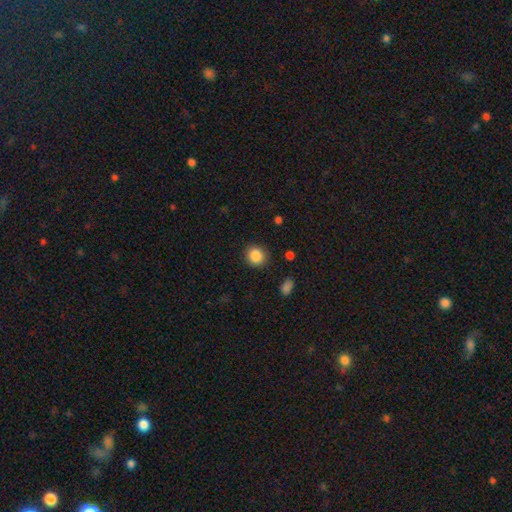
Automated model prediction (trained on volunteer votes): smooth_or_featured: smooth (p=0.87) [alt: star or artifact p=0.09]
how_rounded: round (p=0.84) [alt: in between p=0.15]
merging: none (p=0.88) [alt: minor disturbance p=0.08]